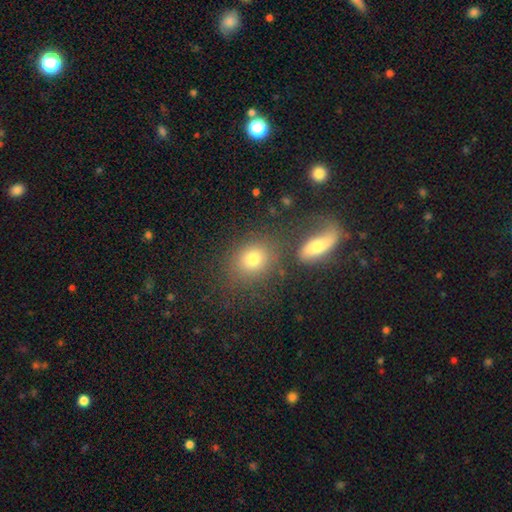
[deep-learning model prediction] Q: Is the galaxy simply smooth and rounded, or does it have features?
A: smooth — 65%.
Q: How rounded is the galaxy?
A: round — 61%.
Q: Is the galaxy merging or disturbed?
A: none — 65%.